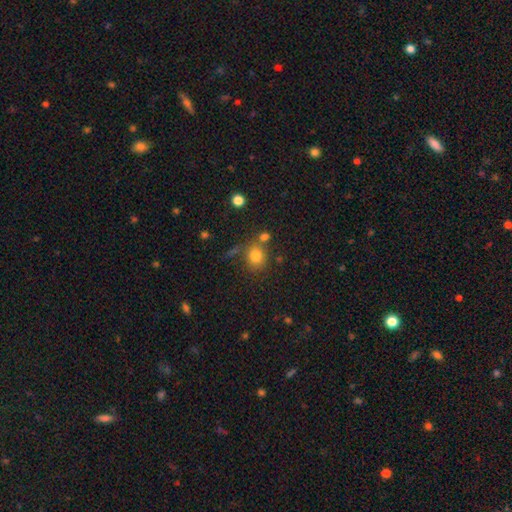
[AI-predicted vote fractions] Q: Smooth or featured?
A: smooth (80%); runner-up: star or artifact (12%)
Q: How rounded?
A: round (73%); runner-up: in between (26%)
Q: Merging?
A: none (65%); runner-up: merger (17%)